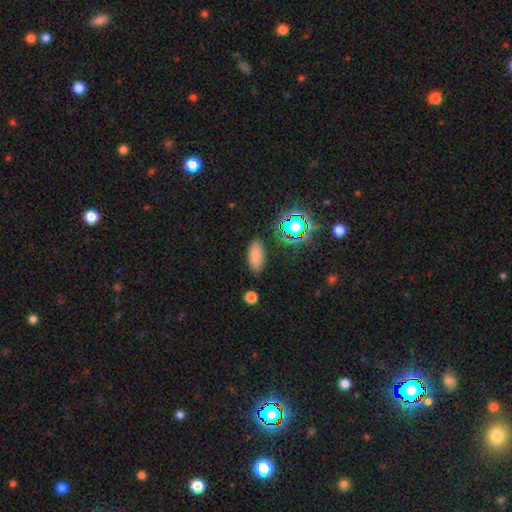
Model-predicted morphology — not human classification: smooth_or_featured: smooth (p=0.80) [alt: star or artifact p=0.14]
how_rounded: in between (p=0.85) [alt: cigar-shaped p=0.11]
merging: none (p=0.85) [alt: minor disturbance p=0.10]